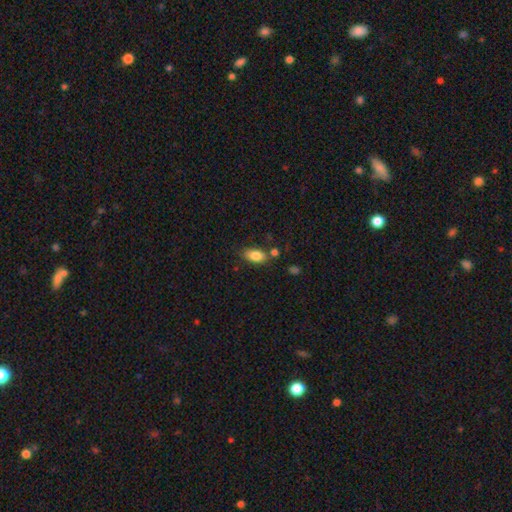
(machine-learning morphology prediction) Smooth or featured?
  - smooth: 84% *
  - featured or disk: 8%
  - star or artifact: 8%
How rounded?
  - in between: 89% *
  - round: 6%
  - cigar-shaped: 5%
Merging?
  - none: 70% *
  - minor disturbance: 16%
  - merger: 10%
  - major disturbance: 4%